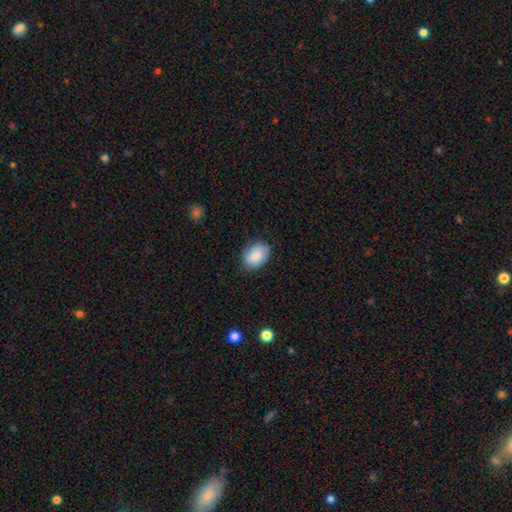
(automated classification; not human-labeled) smooth_or_featured: smooth (p=0.85) [alt: featured or disk p=0.09]
how_rounded: in between (p=0.72) [alt: round p=0.27]
merging: none (p=0.81) [alt: minor disturbance p=0.15]